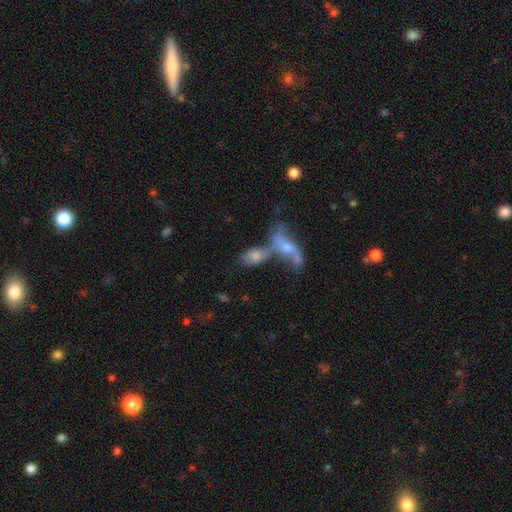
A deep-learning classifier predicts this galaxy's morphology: This appears to be a smooth galaxy with no disk features (57%) that is in between round and cigar-shaped (82%). Merging: merger (67%).